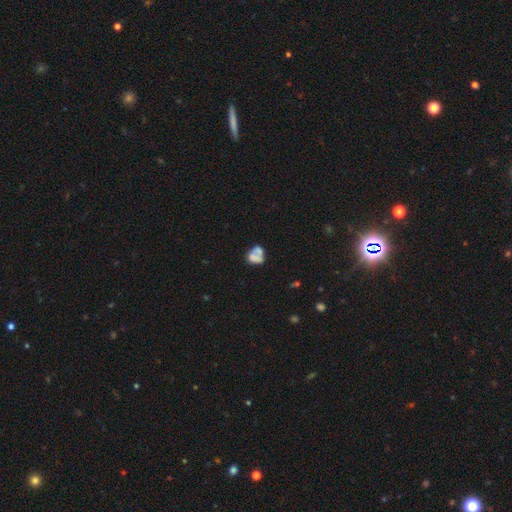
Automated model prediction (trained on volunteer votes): Smooth or featured? smooth (58%)
How rounded? in between (52%)
Merging? merger (37%)